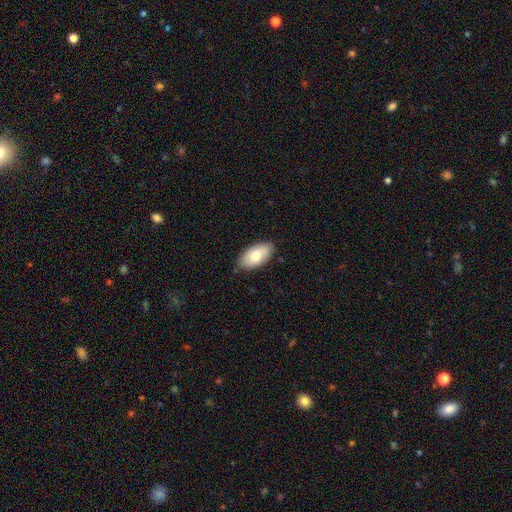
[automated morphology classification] This is likely a smooth galaxy (76%). How rounded: clearly in between (94%). Merging: clearly none (85%).